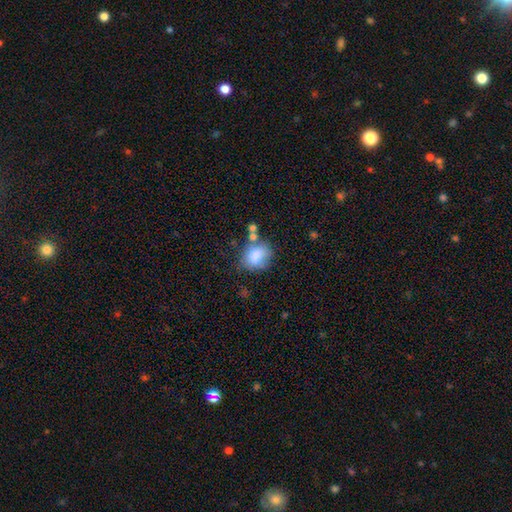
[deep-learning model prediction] The model was most divided on "how rounded": in between: 53%, round: 46%, cigar-shaped: 1%. More confident: smooth or featured — smooth (80%); merging — none (52%).